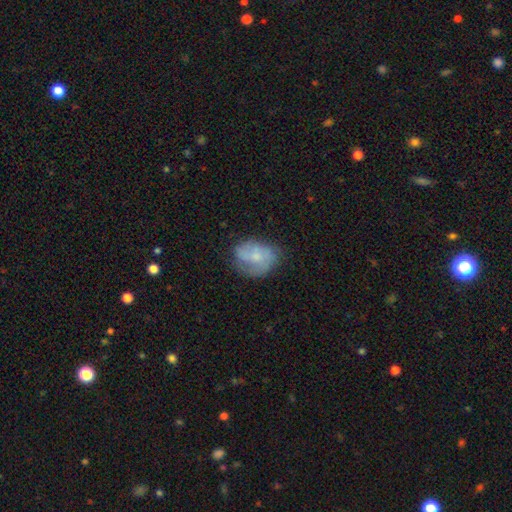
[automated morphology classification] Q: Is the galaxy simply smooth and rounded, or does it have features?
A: smooth — 47%.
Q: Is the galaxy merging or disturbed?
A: none — 56%.